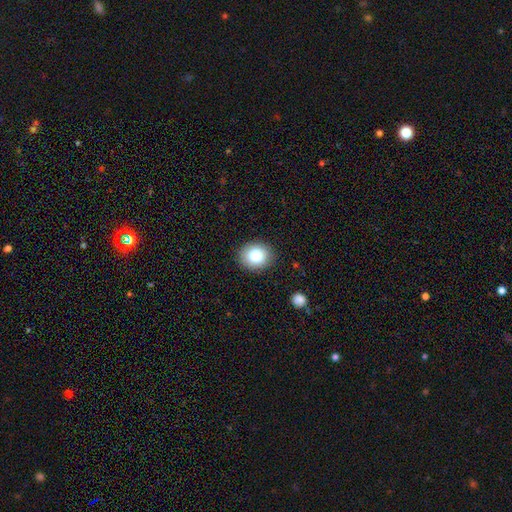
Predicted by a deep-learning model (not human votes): Smooth or featured: smooth — 80% (star or artifact — 10%)
How rounded: round — 69% (in between — 30%)
Merging: none — 89% (minor disturbance — 8%)